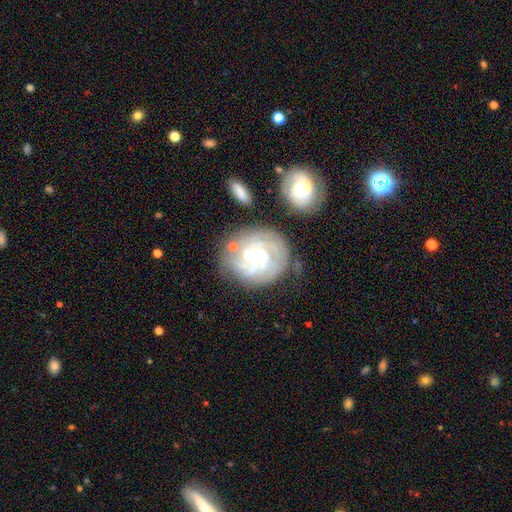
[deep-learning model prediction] The model was most divided on "spiral arm count" (2-way tie): can't tell: 25%, 3: 25%, 4: 23%, 2: 11%, more than 4: 10%, 1: 6%. More confident: edge-on disk — no (97%); spiral arms — yes (96%); smooth or featured — featured or disk (85%); spiral winding — tight (75%); merging — none (74%); bulge size — moderate (67%); bar — no (65%).